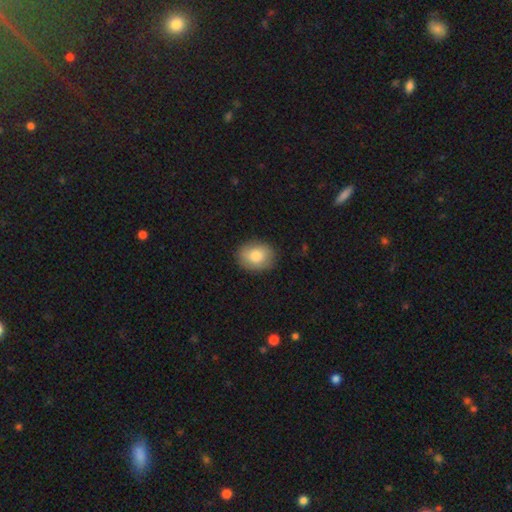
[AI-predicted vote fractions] Smooth or featured? smooth (82%)
How rounded? in between (54%)
Merging? none (85%)